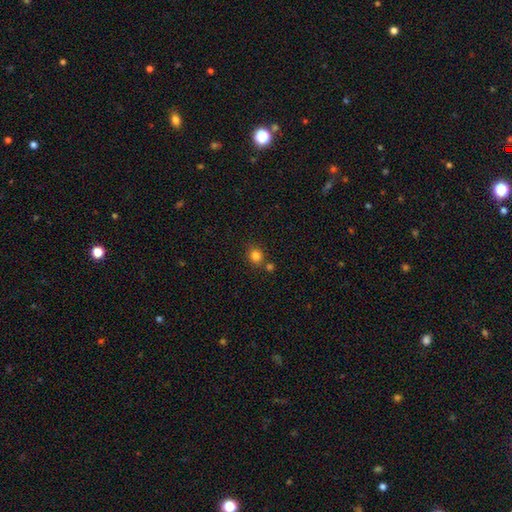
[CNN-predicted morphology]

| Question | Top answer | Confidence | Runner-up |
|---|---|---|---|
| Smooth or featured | smooth | 82% | star or artifact (12%) |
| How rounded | round | 78% | in between (22%) |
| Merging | none | 72% | merger (15%) |